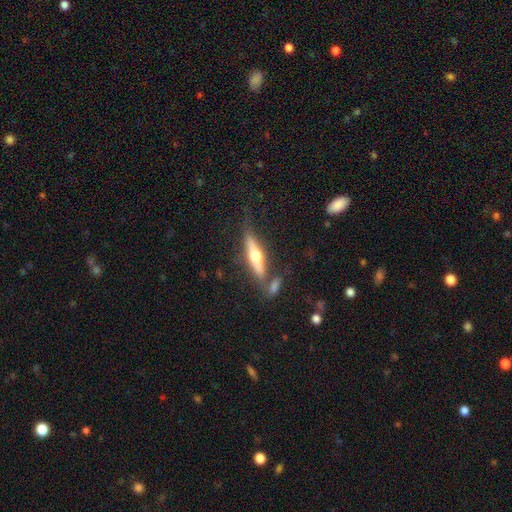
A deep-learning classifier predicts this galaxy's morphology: The model was most divided on "smooth or featured": featured or disk: 58%, smooth: 36%, star or artifact: 6%. More confident: edge-on bulge — rounded (93%); edge-on disk — yes (91%); merging — none (64%).